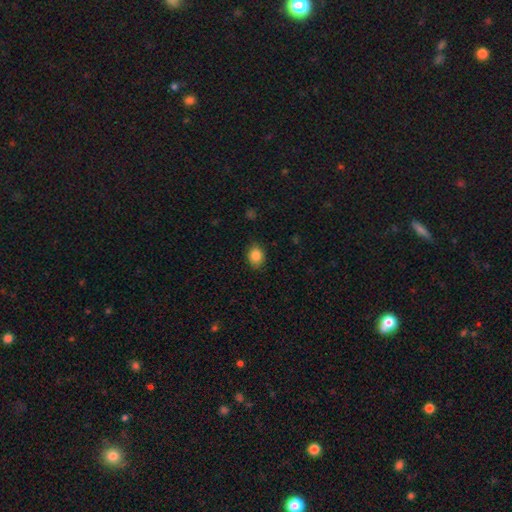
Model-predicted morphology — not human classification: Smooth or featured?
  - smooth: 86% *
  - star or artifact: 9%
  - featured or disk: 5%
How rounded?
  - in between: 54% *
  - round: 45%
  - cigar-shaped: 1%
Merging?
  - none: 84% *
  - minor disturbance: 12%
  - major disturbance: 3%
  - merger: 1%